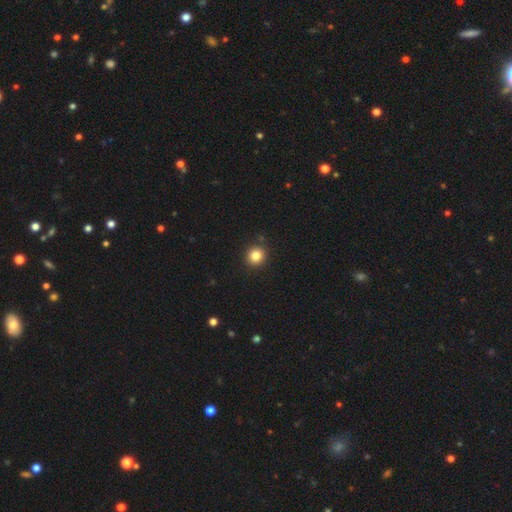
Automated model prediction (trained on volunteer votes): This is clearly a smooth galaxy (83%). How rounded: clearly round (90%). Merging: clearly none (90%).